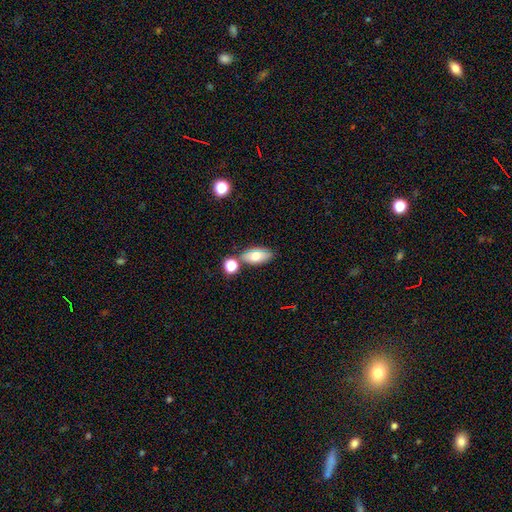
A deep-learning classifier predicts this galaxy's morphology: This is likely a smooth galaxy (65%). How rounded: clearly in between (86%). Merging: likely none (67%).